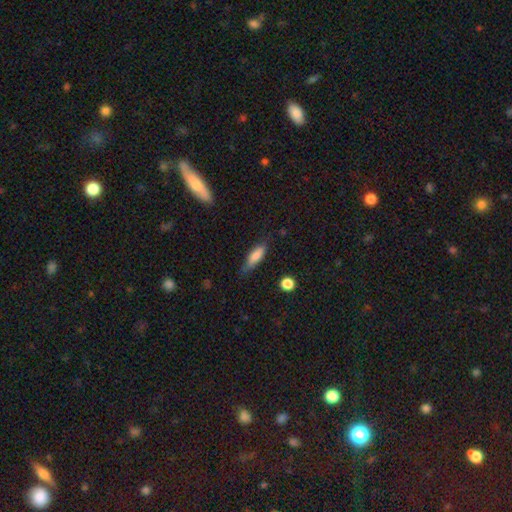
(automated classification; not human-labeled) Morphology: type=smooth (77%); roundness=cigar-shaped (50%); merging=none (68%).